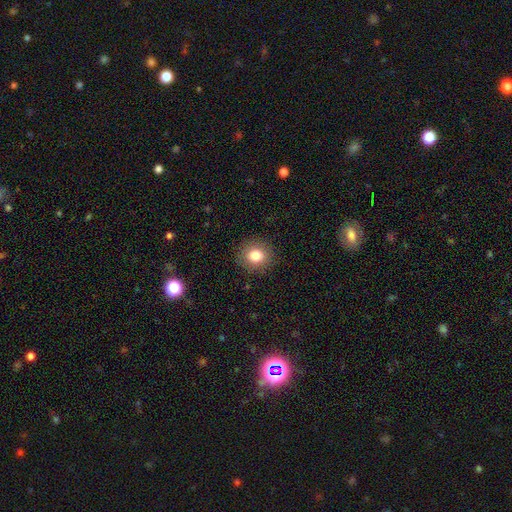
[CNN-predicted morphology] type=smooth (81%); roundness=round (85%); merging=none (90%).